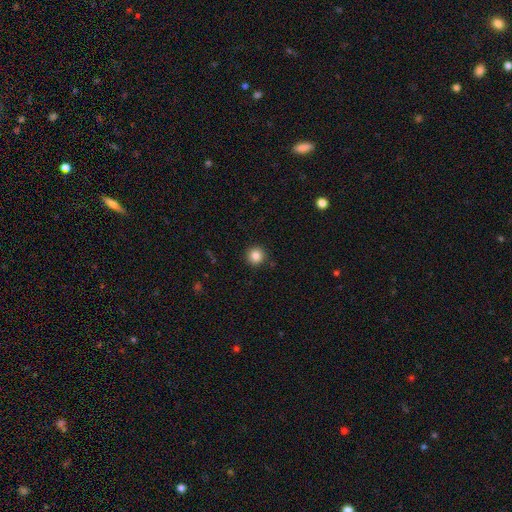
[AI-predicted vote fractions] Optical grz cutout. It shows a smooth galaxy with no disk features (85%) that is round (95%). Merging: none (91%).